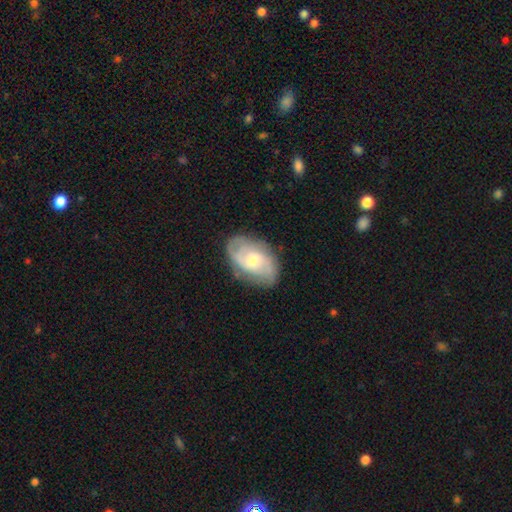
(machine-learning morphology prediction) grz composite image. It shows a featured or disk galaxy (69%) with no bar (62%), tight (50%) spiral arms (87%) and a moderate central bulge (60%). Merging: none (78%).